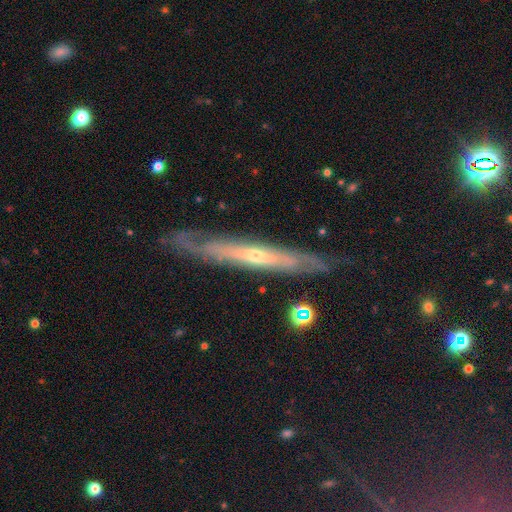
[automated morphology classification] Smooth or featured? Predicted: featured or disk (p=0.76). Edge-on disk? Predicted: yes (p=0.73). Edge-on bulge? Predicted: rounded (p=0.61). Merging? Predicted: none (p=0.77).